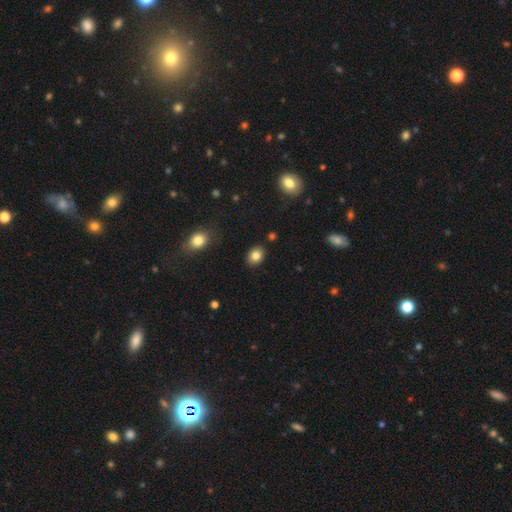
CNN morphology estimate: The model was most divided on "how rounded": in between: 63%, round: 36%, cigar-shaped: 1%. More confident: merging — none (87%); smooth or featured — smooth (83%).